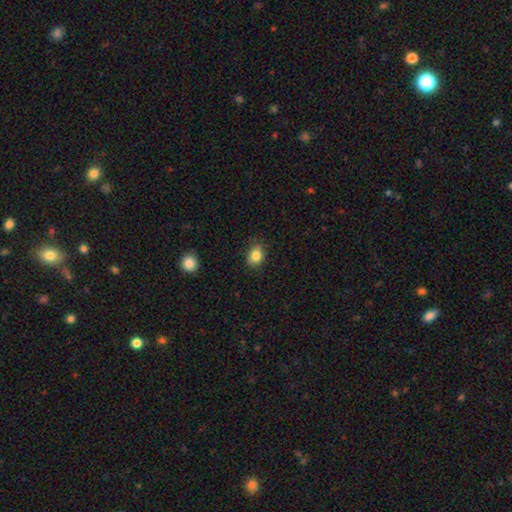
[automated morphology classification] Overall: smooth (84%). How rounded: in between (61%; round 38%). Merging: none (79%).